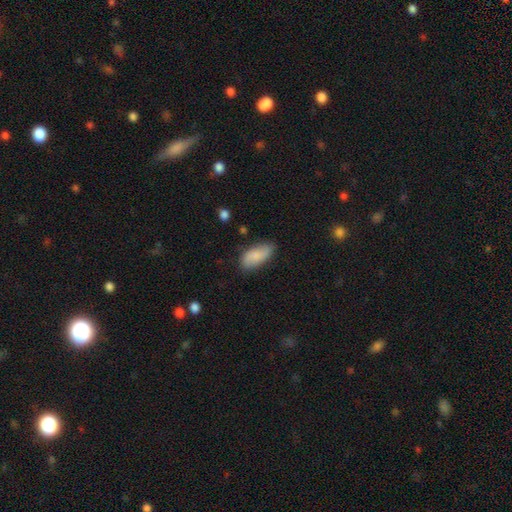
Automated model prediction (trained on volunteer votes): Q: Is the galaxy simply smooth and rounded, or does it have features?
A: smooth — 78%.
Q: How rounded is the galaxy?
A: in between — 88%.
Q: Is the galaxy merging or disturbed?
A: none — 73%.